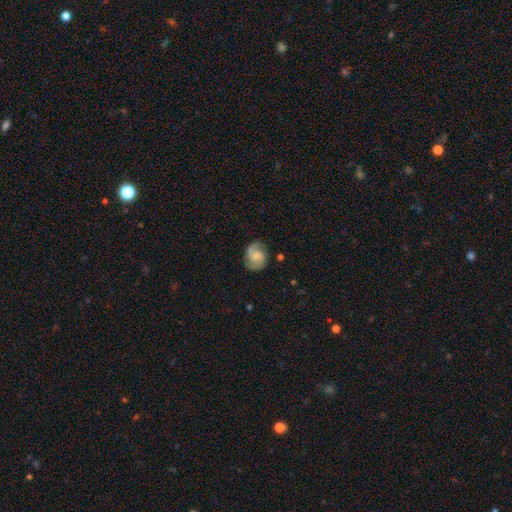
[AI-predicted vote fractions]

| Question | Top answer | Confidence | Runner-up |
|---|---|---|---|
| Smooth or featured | featured or disk | 73% | smooth (20%) |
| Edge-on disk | no | 98% | yes (2%) |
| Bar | no | 54% | weak (40%) |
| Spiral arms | yes | 96% | no (4%) |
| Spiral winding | medium | 50% | tight (30%) |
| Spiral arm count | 2 | 86% | can't tell (5%) |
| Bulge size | small | 39% | moderate (28%) |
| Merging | none | 77% | minor disturbance (16%) |